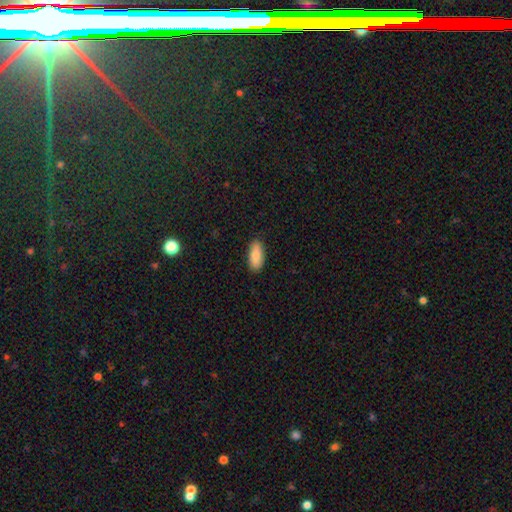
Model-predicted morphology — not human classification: smooth-or-featured: smooth: 84% | featured or disk: 9% | star or artifact: 6%
  how-rounded: in between: 87% | cigar-shaped: 11% | round: 2%
  merging: none: 86% | minor disturbance: 11% | major disturbance: 2% | merger: 1%